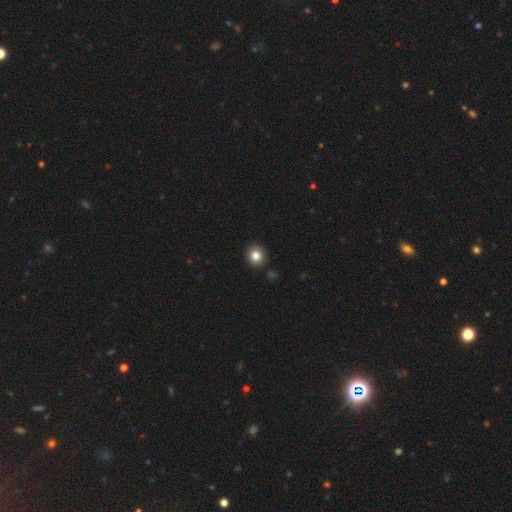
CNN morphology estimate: smooth-or-featured: smooth: 83% | star or artifact: 10% | featured or disk: 7%
  how-rounded: round: 79% | in between: 21% | cigar-shaped: 1%
  merging: none: 90% | minor disturbance: 6% | merger: 2% | major disturbance: 2%